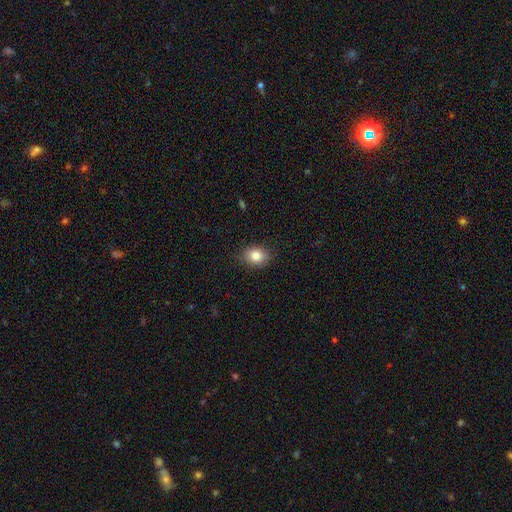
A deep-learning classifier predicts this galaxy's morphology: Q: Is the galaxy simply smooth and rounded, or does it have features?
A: smooth — 84%.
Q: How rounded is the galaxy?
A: in between — 54%.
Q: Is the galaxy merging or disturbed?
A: none — 85%.